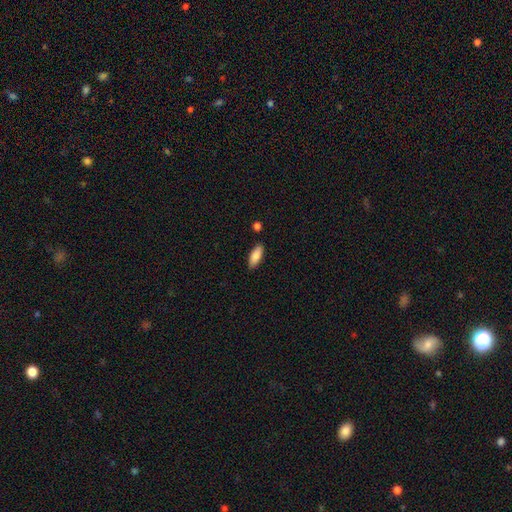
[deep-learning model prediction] Smooth or featured? smooth (86%)
How rounded? in between (76%)
Merging? none (86%)